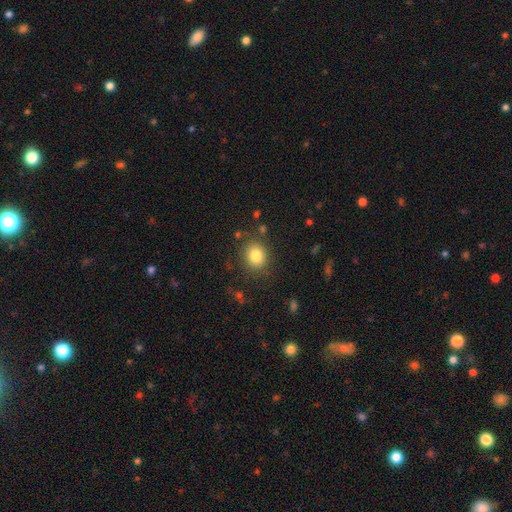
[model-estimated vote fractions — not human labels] This is clearly a smooth galaxy (82%). How rounded: likely round (72%). Merging: clearly none (84%).